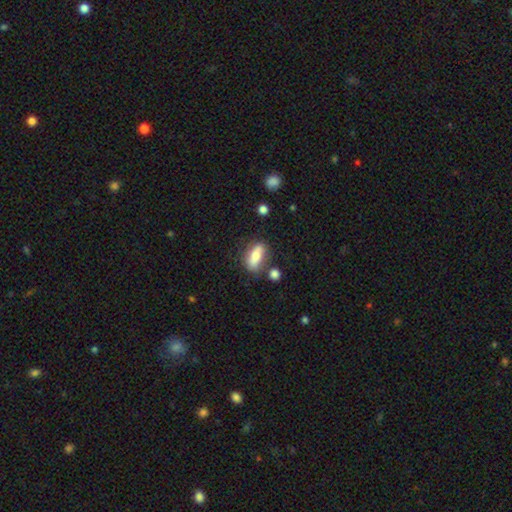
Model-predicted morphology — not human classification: This is likely a smooth galaxy (67%). How rounded: likely in between (75%). Merging: likely none (66%).